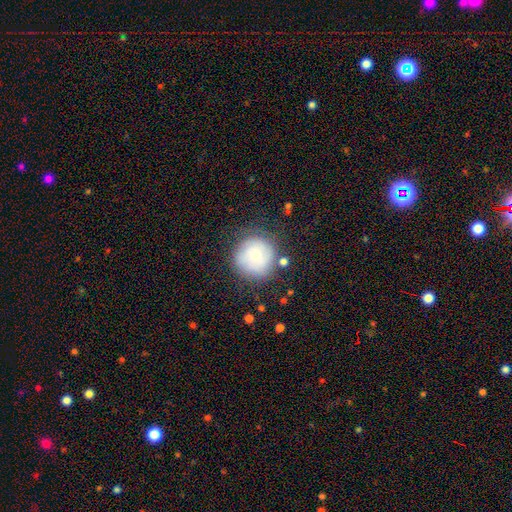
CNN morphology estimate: Smooth or featured?
  - smooth: 60% *
  - featured or disk: 32%
  - star or artifact: 9%
How rounded?
  - round: 93% *
  - in between: 6%
  - cigar-shaped: 1%
Merging?
  - none: 70% *
  - minor disturbance: 18%
  - major disturbance: 8%
  - merger: 4%